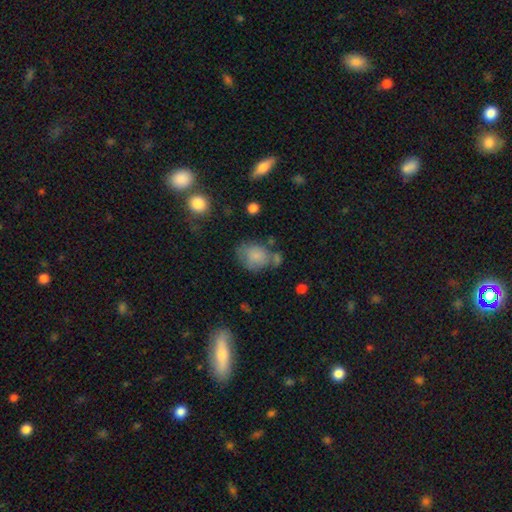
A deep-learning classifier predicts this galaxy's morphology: Smooth or featured: smooth — 78% (featured or disk — 13%)
How rounded: in between — 51% (round — 48%)
Merging: none — 45% (minor disturbance — 26%)